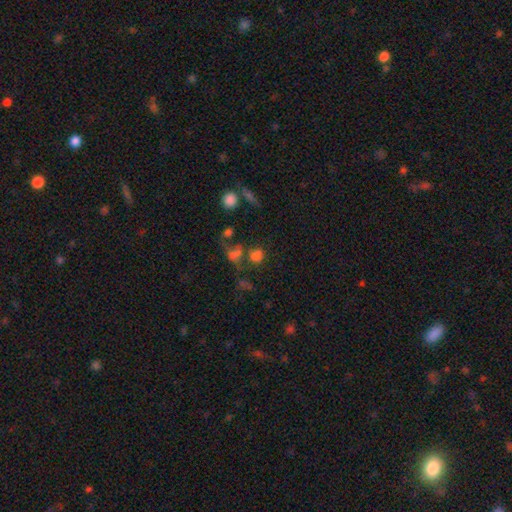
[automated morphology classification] Smooth or featured?
  - smooth: 63% *
  - star or artifact: 25%
  - featured or disk: 12%
How rounded?
  - round: 66% *
  - in between: 32%
  - cigar-shaped: 2%
Merging?
  - none: 45% *
  - merger: 31%
  - minor disturbance: 13%
  - major disturbance: 11%